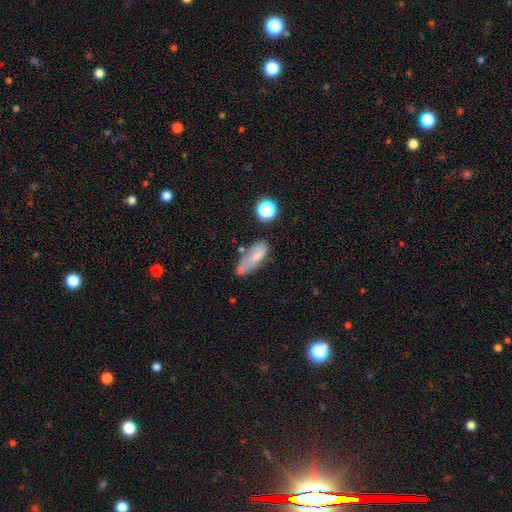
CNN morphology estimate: This appears to be a smooth galaxy with no disk features (69%) that is in between round and cigar-shaped (68%). Merging: none (46%).